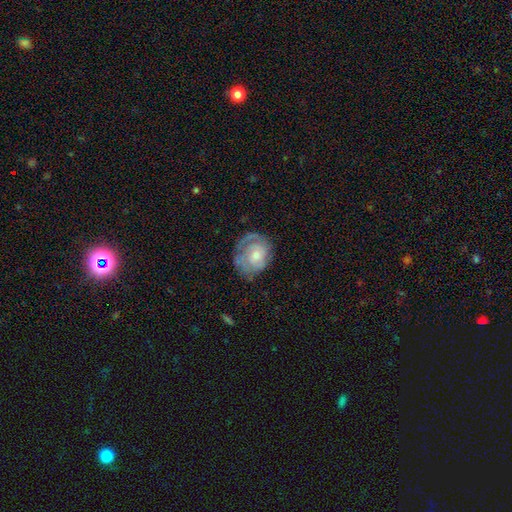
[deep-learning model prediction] A featured or disk galaxy (58%) with no bar (79%), spiral arms (71%) and a moderate central bulge (48%). Merging: none (59%).